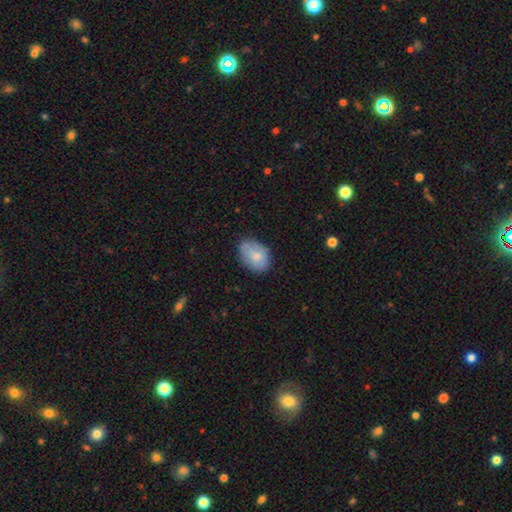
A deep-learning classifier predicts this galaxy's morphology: A smooth galaxy with no disk features (73%) that is in between round and cigar-shaped (81%). Merging: none (68%).